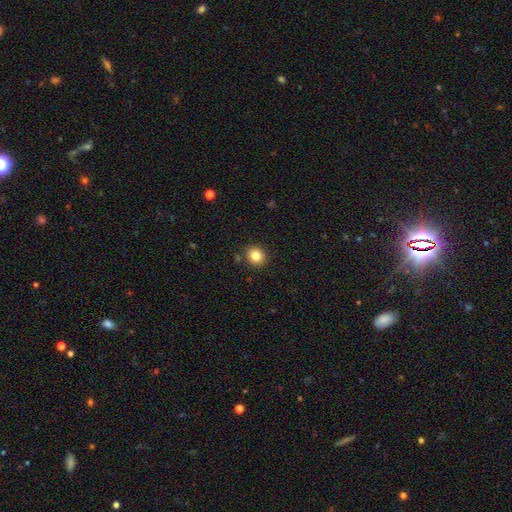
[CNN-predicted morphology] The model was most divided on "how rounded": round: 77%, in between: 22%, cigar-shaped: 1%. More confident: merging — none (88%); smooth or featured — smooth (83%).